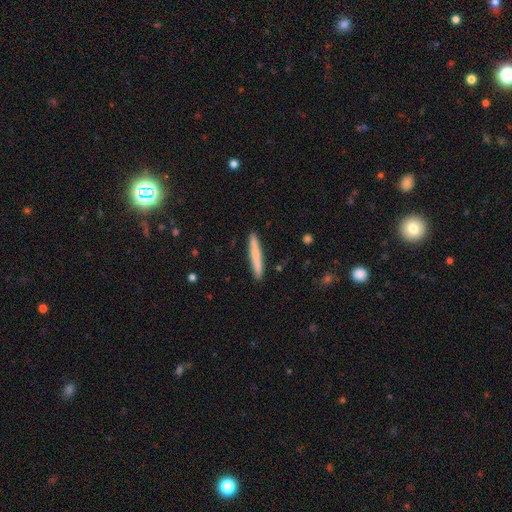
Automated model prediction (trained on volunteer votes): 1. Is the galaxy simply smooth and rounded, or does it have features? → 72% smooth, 23% featured or disk, 6% star or artifact.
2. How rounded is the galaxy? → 96% cigar-shaped, 3% in between, 1% round.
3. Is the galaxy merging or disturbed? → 91% none, 7% minor disturbance, 1% major disturbance, 1% merger.